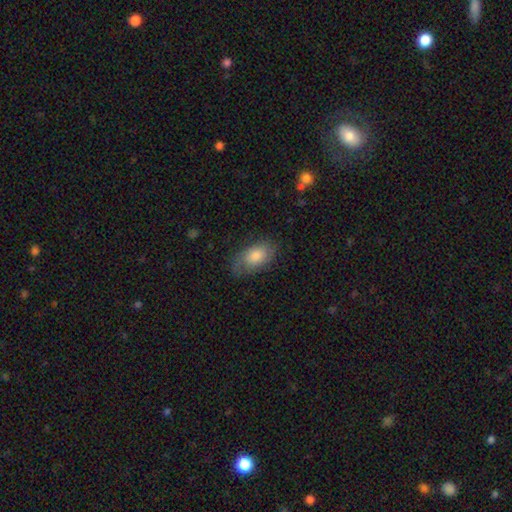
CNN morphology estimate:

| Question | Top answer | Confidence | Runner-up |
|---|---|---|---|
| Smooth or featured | smooth | 72% | featured or disk (21%) |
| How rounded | in between | 91% | round (6%) |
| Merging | none | 69% | minor disturbance (23%) |